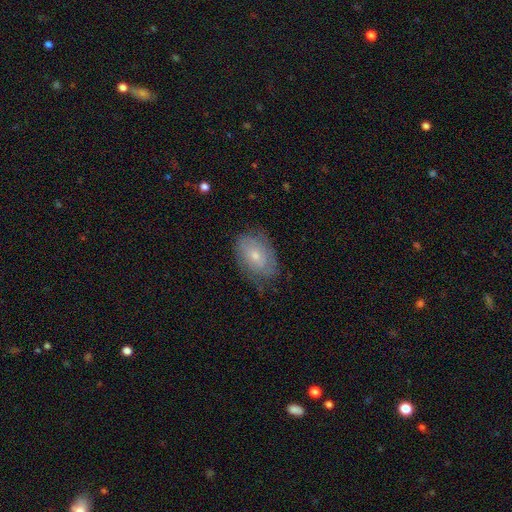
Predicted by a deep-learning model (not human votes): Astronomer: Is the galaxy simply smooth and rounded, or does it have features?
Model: smooth — 54% (runner-up: featured or disk, 39%).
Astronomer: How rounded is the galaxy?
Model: in between — 86%.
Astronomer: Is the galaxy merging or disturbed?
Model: none — 63%.